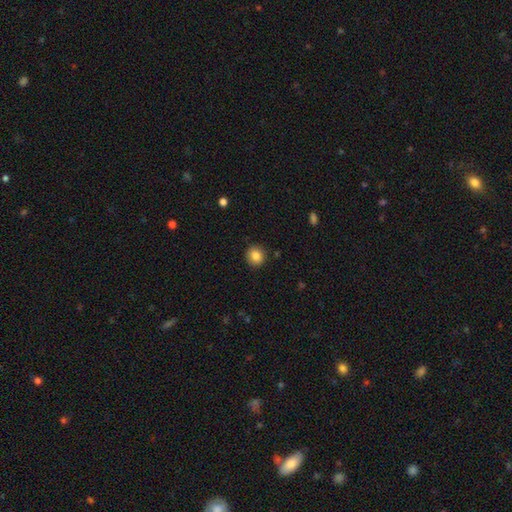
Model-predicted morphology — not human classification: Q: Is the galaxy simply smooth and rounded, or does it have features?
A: smooth — 85%.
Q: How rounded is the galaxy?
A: round — 90%.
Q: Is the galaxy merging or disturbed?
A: none — 91%.